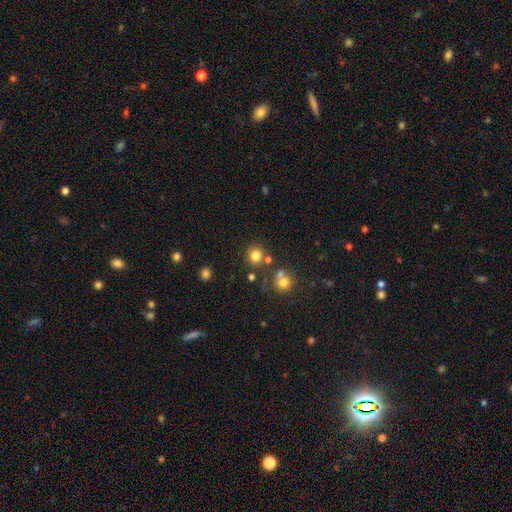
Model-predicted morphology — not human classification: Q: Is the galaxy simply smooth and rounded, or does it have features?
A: smooth — 79%.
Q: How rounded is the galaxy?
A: round — 89%.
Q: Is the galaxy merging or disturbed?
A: none — 75%.